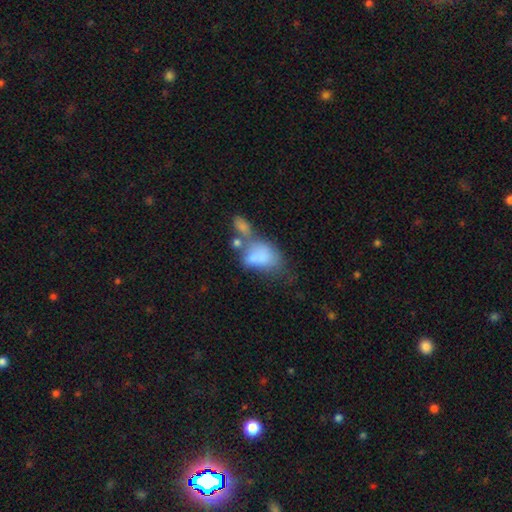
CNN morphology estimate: A smooth galaxy with no disk features (69%) that is in between round and cigar-shaped (85%).

Vote fractions:
- Smooth or featured? smooth: 69% / featured or disk: 21% / star or artifact: 10%
- How rounded? in between: 85% / round: 12% / cigar-shaped: 2%
- Merging? merger: 46% / major disturbance: 21% / none: 18% / minor disturbance: 15%